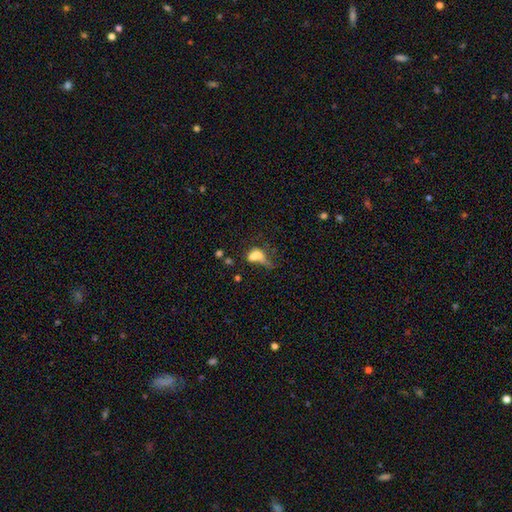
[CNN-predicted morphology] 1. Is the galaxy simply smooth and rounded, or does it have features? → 60% smooth, 27% featured or disk, 13% star or artifact.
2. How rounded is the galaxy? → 62% in between, 31% round, 7% cigar-shaped.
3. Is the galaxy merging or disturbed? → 51% merger, 23% major disturbance, 16% none, 10% minor disturbance.